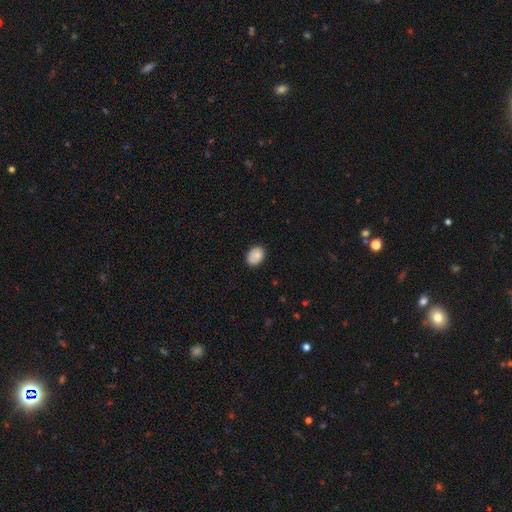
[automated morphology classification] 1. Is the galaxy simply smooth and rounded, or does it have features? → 85% smooth, 8% star or artifact, 7% featured or disk.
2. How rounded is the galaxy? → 72% in between, 27% round, 1% cigar-shaped.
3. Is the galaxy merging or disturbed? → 81% none, 15% minor disturbance, 3% major disturbance, 1% merger.